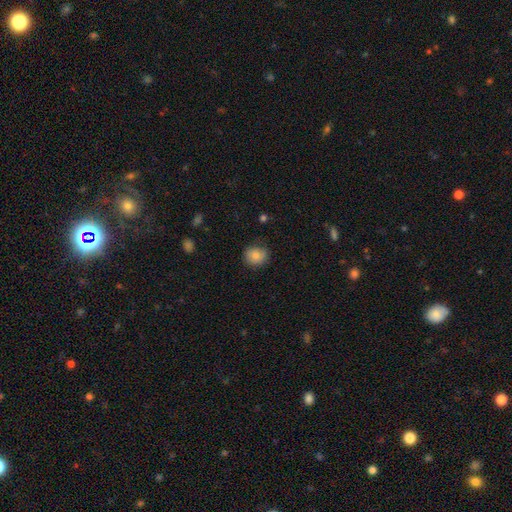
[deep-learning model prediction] Smooth or featured?
  - smooth: 83% *
  - star or artifact: 9%
  - featured or disk: 8%
How rounded?
  - round: 77% *
  - in between: 22%
  - cigar-shaped: 1%
Merging?
  - none: 77% *
  - minor disturbance: 18%
  - major disturbance: 4%
  - merger: 1%